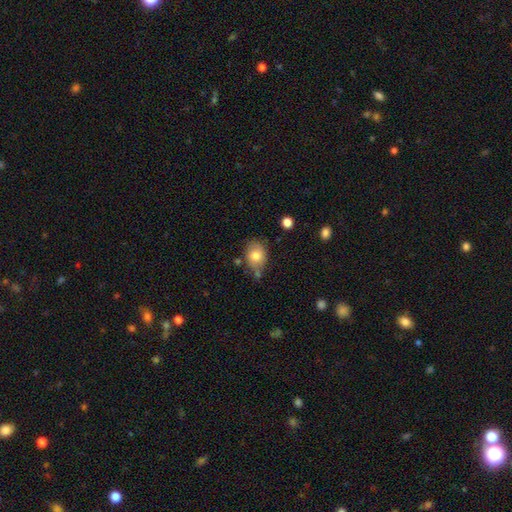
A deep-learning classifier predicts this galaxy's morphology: type=smooth (78%); roundness=in between (57%); merging=none (62%).